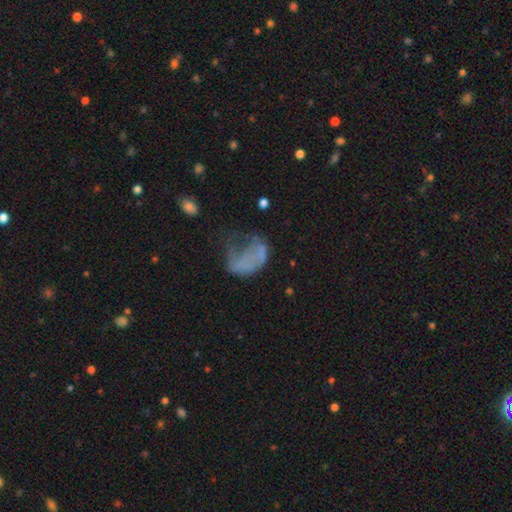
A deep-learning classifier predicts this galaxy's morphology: Smooth or featured? smooth (44%)
Merging? major disturbance (56%)